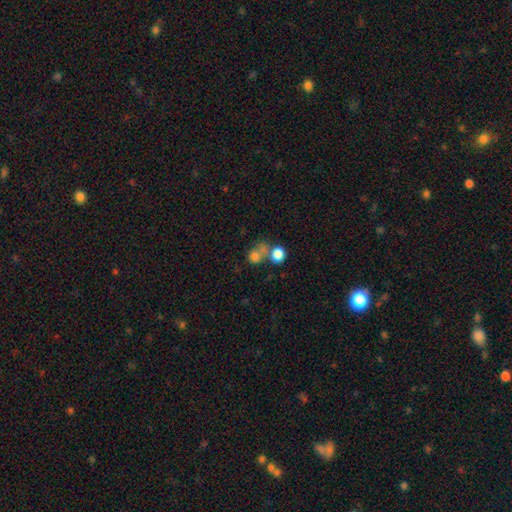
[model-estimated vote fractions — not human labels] Morphology: type=smooth (73%); roundness=round (76%); merging=merger (47%).